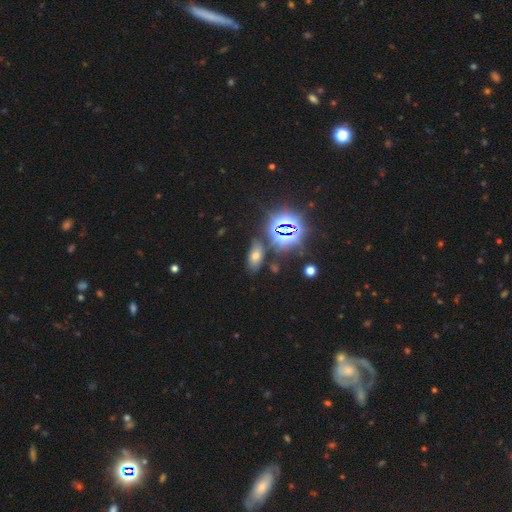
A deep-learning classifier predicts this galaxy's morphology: type=smooth (46%); merging=none (79%).